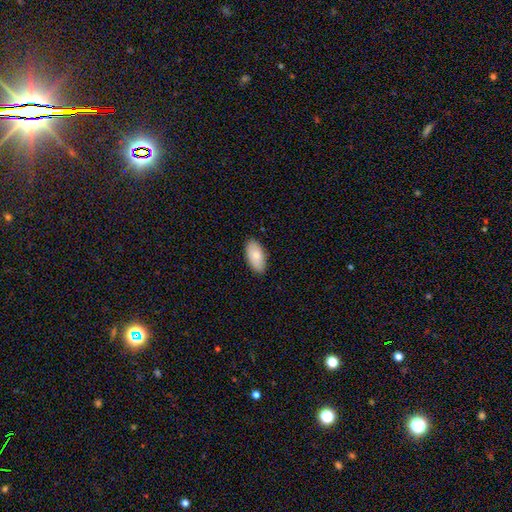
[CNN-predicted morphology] Overall: smooth (80%). How rounded: in between (95%). Merging: none (88%).